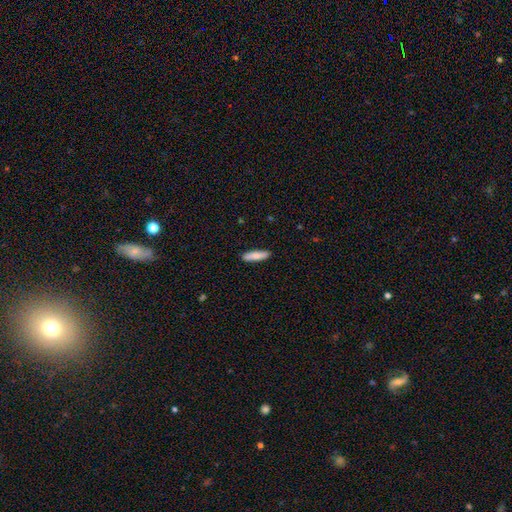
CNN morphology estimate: type=smooth (81%); roundness=cigar-shaped (69%); merging=none (88%).